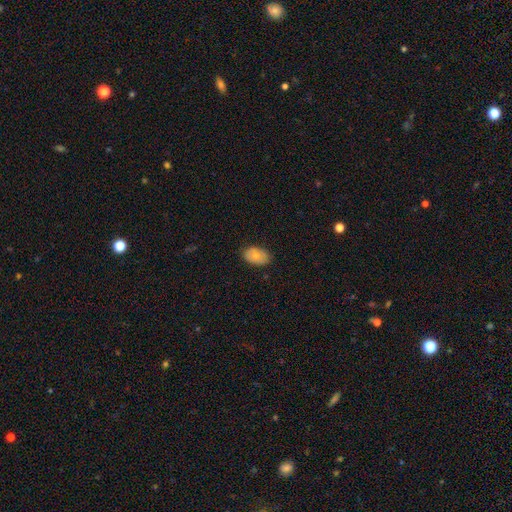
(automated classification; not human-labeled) Smooth or featured: smooth — 70% (featured or disk — 22%)
How rounded: in between — 87% (round — 12%)
Merging: none — 83% (minor disturbance — 13%)